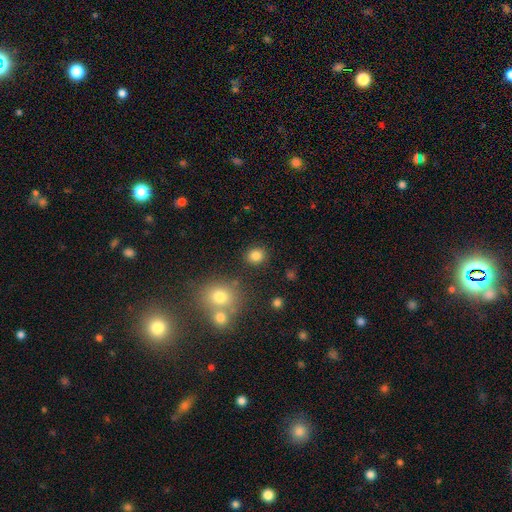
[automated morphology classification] Q: Smooth or featured?
A: smooth (83%); runner-up: star or artifact (12%)
Q: How rounded?
A: round (79%); runner-up: in between (20%)
Q: Merging?
A: none (86%); runner-up: minor disturbance (7%)